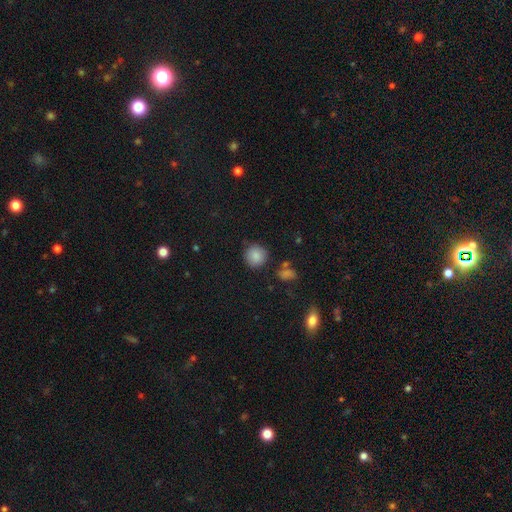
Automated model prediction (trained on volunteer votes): Morphology: type=smooth (86%); roundness=round (91%); merging=none (84%).